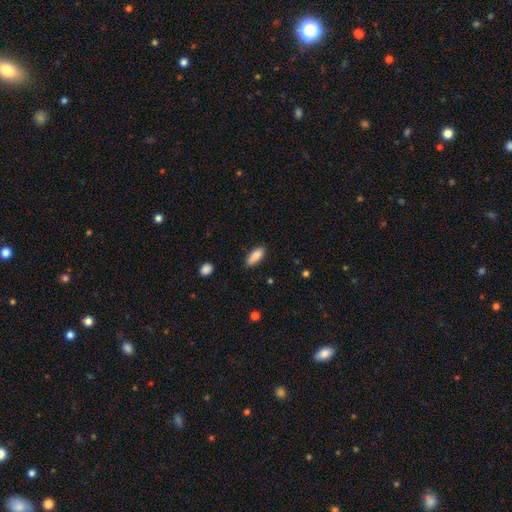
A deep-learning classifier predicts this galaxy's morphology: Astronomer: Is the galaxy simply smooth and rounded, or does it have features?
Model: smooth — 87%.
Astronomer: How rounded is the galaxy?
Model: in between — 74%.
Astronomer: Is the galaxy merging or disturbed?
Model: none — 86%.